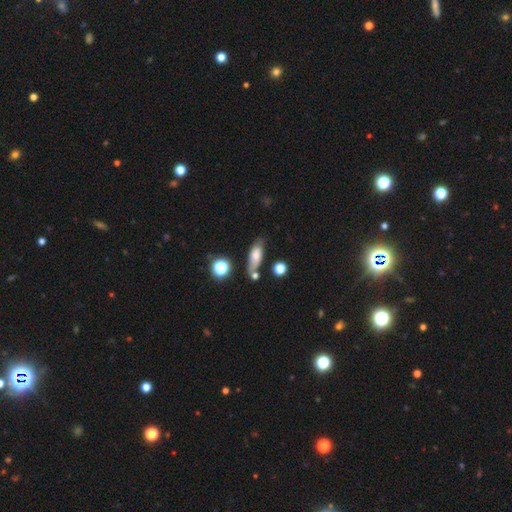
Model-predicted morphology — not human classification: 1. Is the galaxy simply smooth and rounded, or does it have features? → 69% smooth, 21% featured or disk, 10% star or artifact.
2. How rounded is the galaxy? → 62% in between, 33% cigar-shaped, 5% round.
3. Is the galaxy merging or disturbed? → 62% none, 20% minor disturbance, 11% merger, 6% major disturbance.